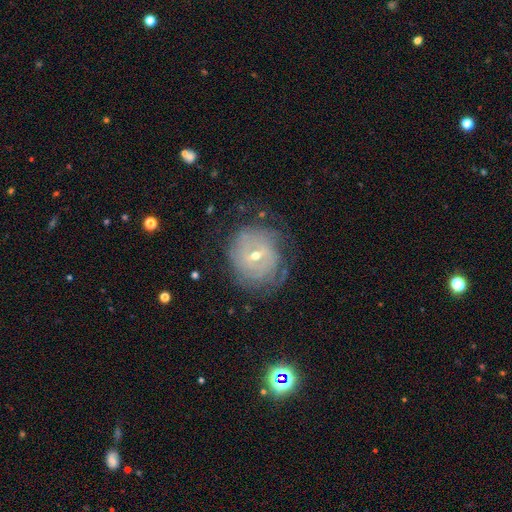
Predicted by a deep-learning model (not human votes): Q: Smooth or featured?
A: featured or disk (71%); runner-up: smooth (20%)
Q: Edge-on disk?
A: no (96%); runner-up: yes (4%)
Q: Bar?
A: weak (51%); runner-up: no (33%)
Q: Spiral arms?
A: yes (77%); runner-up: no (23%)
Q: Spiral winding?
A: tight (73%); runner-up: medium (19%)
Q: Spiral arm count?
A: can't tell (59%); runner-up: 2 (16%)
Q: Bulge size?
A: small (49%); runner-up: moderate (47%)
Q: Merging?
A: none (67%); runner-up: minor disturbance (20%)